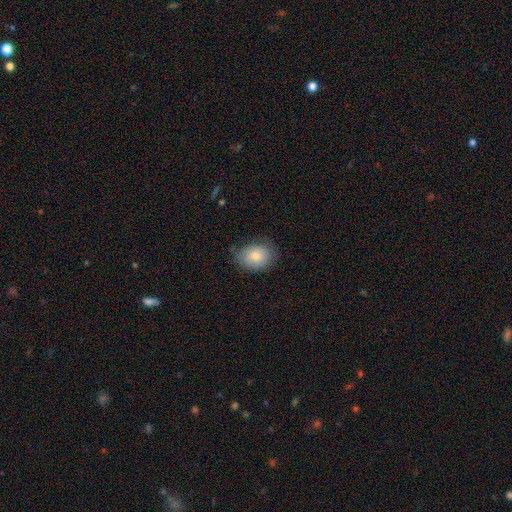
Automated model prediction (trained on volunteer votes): smooth-or-featured: smooth: 76% | featured or disk: 15% | star or artifact: 9%
  how-rounded: in between: 60% | round: 39% | cigar-shaped: 1%
  merging: none: 75% | minor disturbance: 20% | major disturbance: 4% | merger: 1%